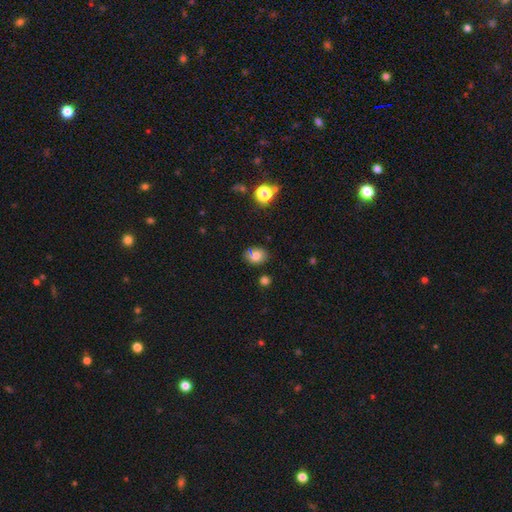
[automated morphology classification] type=smooth (77%); roundness=in between (54%); merging=none (74%).